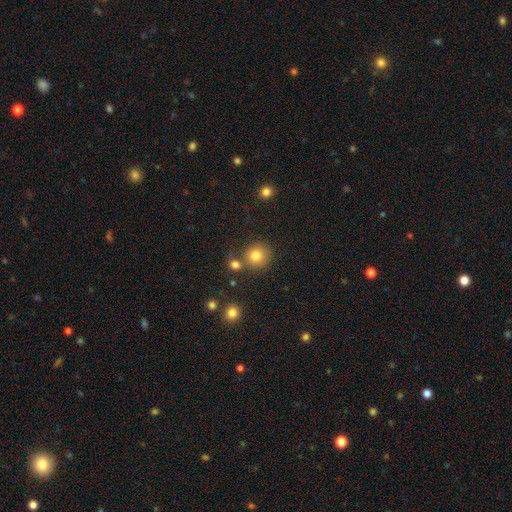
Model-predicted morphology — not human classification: type=smooth (81%); roundness=round (89%); merging=none (69%).